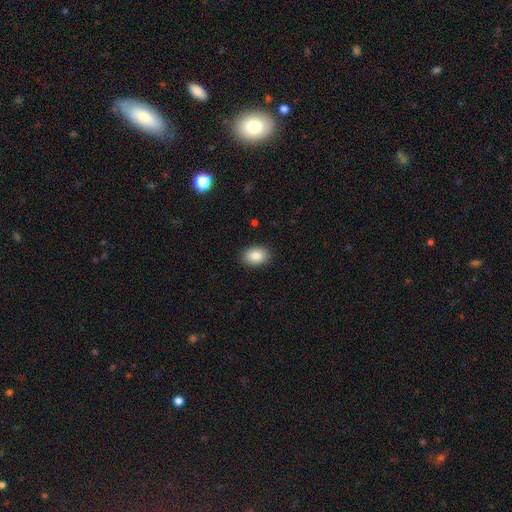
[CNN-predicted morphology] A smooth galaxy with no disk features (85%) that is in between round and cigar-shaped (75%).

Vote fractions:
- Smooth or featured? smooth: 85% / star or artifact: 8% / featured or disk: 7%
- How rounded? in between: 75% / round: 24% / cigar-shaped: 1%
- Merging? none: 89% / minor disturbance: 8% / major disturbance: 2% / merger: 1%